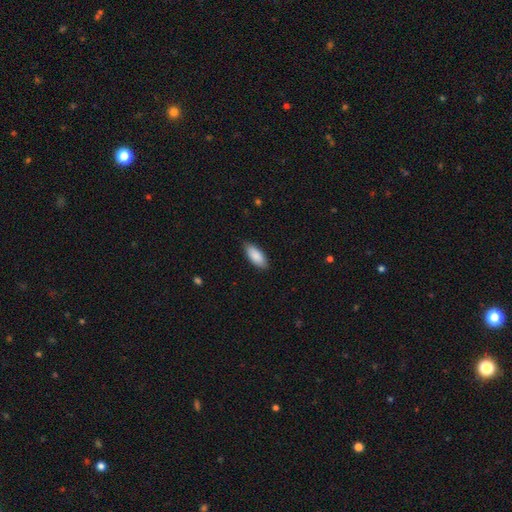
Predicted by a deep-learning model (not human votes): Smooth or featured: smooth — 89% (featured or disk — 6%)
How rounded: in between — 83% (cigar-shaped — 15%)
Merging: none — 85% (minor disturbance — 12%)